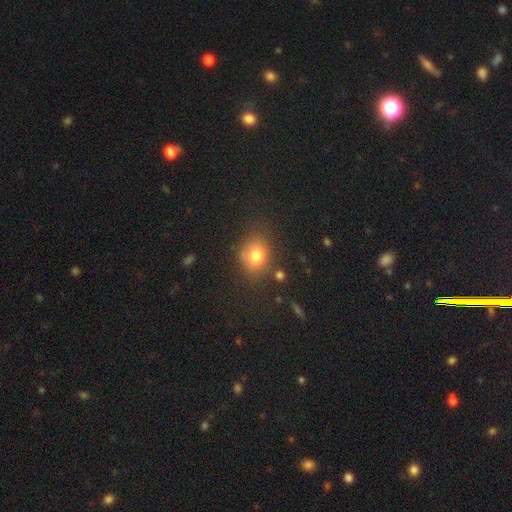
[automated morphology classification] Smooth or featured?
  - smooth: 77% *
  - star or artifact: 13%
  - featured or disk: 10%
How rounded?
  - round: 65% *
  - in between: 34%
  - cigar-shaped: 1%
Merging?
  - none: 71% *
  - minor disturbance: 17%
  - major disturbance: 6%
  - merger: 5%